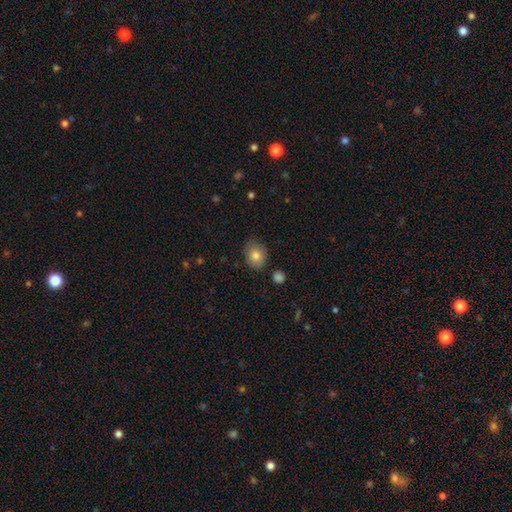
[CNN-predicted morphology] Smooth or featured? Predicted: smooth (p=0.81). How rounded? Predicted: in between (p=0.57). Merging? Predicted: none (p=0.78).